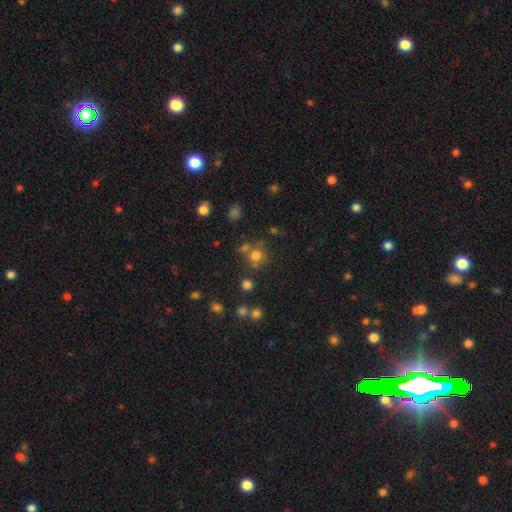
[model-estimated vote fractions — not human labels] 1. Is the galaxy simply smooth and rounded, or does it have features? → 71% smooth, 19% star or artifact, 10% featured or disk.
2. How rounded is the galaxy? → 86% round, 13% in between, 1% cigar-shaped.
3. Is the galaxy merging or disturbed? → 64% none, 19% merger, 12% minor disturbance, 5% major disturbance.